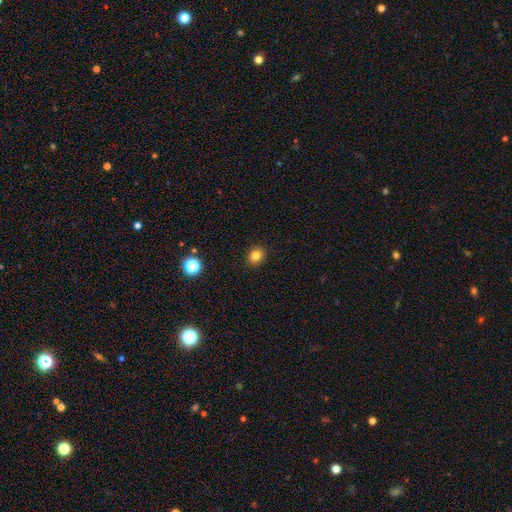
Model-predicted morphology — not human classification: Q: Smooth or featured?
A: smooth (82%); runner-up: star or artifact (13%)
Q: How rounded?
A: round (65%); runner-up: in between (34%)
Q: Merging?
A: none (91%); runner-up: minor disturbance (6%)